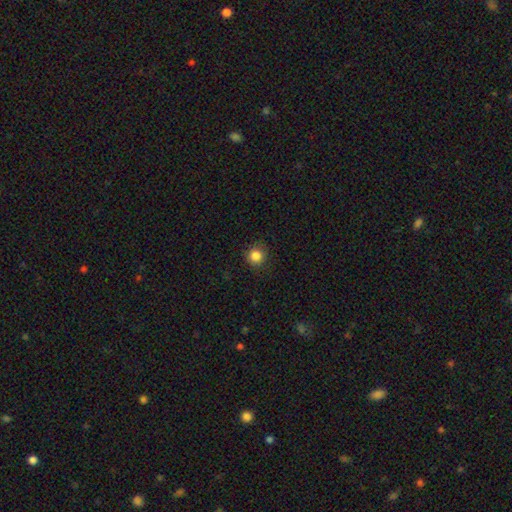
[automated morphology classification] smooth 85%, star or artifact 11%, featured or disk 4%. Down the decision tree: how rounded — round (93%); merging — none (88%).